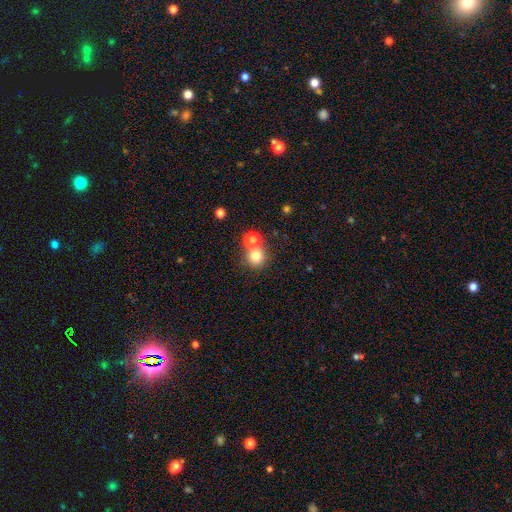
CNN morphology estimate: Smooth or featured? Predicted: smooth (p=0.78). How rounded? Predicted: round (p=0.91). Merging? Predicted: none (p=0.60).